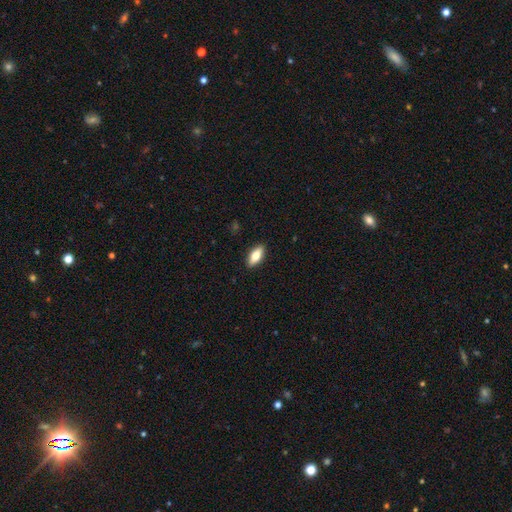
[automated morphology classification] smooth 71%, featured or disk 22%, star or artifact 6%. Down the decision tree: how rounded — in between (78%); merging — none (90%).